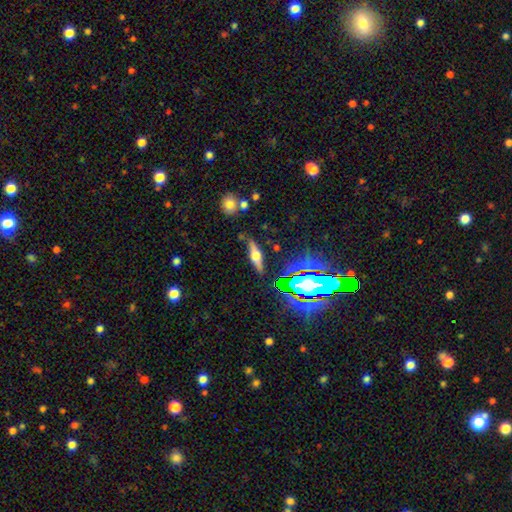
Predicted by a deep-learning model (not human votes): Smooth or featured? Predicted: featured or disk (p=0.60). Edge-on disk? Predicted: yes (p=0.94). Edge-on bulge? Predicted: rounded (p=0.91). Merging? Predicted: none (p=0.81).